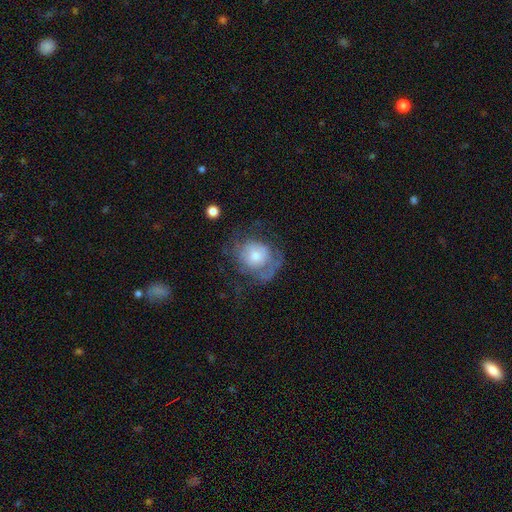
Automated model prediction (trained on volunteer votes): Smooth or featured: featured or disk — 55% (smooth — 36%)
Edge-on disk: no — 96% (yes — 4%)
Bar: no — 80% (weak — 17%)
Spiral arms: yes — 62% (no — 38%)
Bulge size: moderate — 58% (small — 29%)
Merging: none — 48% (major disturbance — 28%)